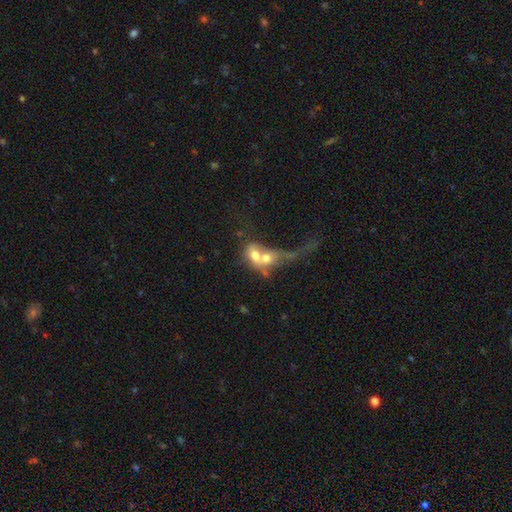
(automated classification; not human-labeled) Smooth or featured? Predicted: featured or disk (p=0.44). Merging? Predicted: merger (p=0.68).